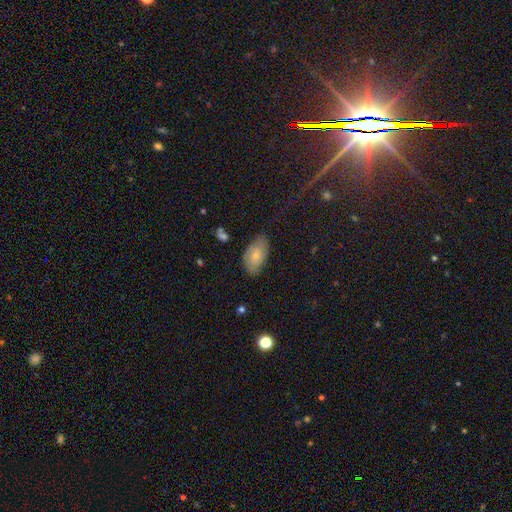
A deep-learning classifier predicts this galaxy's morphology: Overall: smooth (58%; featured or disk 34%). How rounded: in between (92%). Merging: none (65%; minor disturbance 27%).